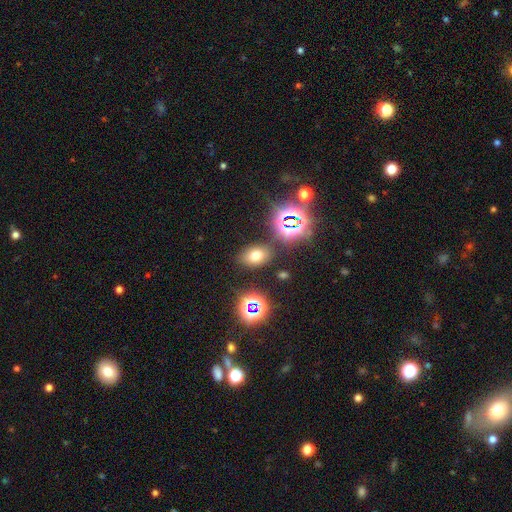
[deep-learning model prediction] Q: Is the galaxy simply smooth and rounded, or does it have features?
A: smooth — 64%.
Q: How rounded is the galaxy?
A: in between — 76%.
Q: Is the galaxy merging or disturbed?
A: none — 82%.